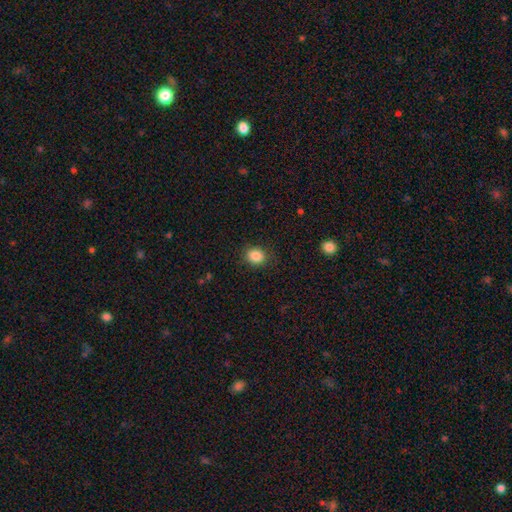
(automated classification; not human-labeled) Q: Smooth or featured?
A: smooth (86%); runner-up: star or artifact (10%)
Q: How rounded?
A: round (67%); runner-up: in between (32%)
Q: Merging?
A: none (87%); runner-up: minor disturbance (9%)